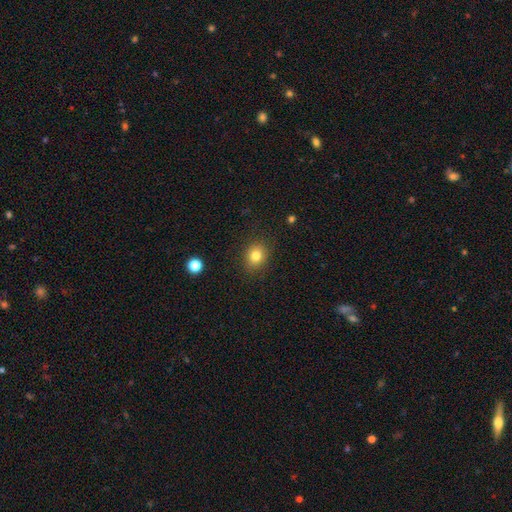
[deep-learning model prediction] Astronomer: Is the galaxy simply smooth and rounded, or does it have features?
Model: smooth — 80%.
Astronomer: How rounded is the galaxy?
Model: round — 61% (runner-up: in between, 38%).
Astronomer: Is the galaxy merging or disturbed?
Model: none — 87%.